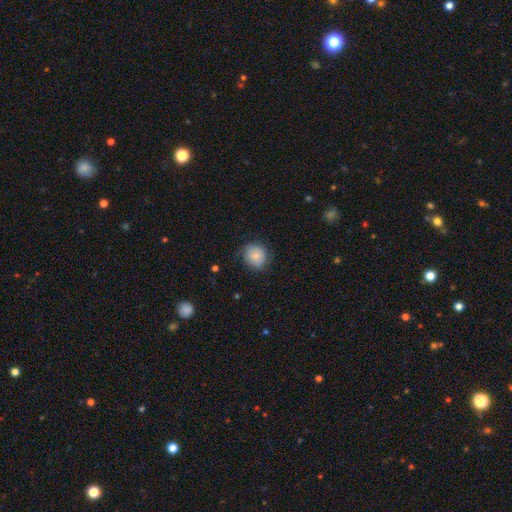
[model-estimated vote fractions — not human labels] The model was most divided on "merging": none: 78%, minor disturbance: 17%, major disturbance: 4%, merger: 1%. More confident: how rounded — round (83%); smooth or featured — smooth (78%).